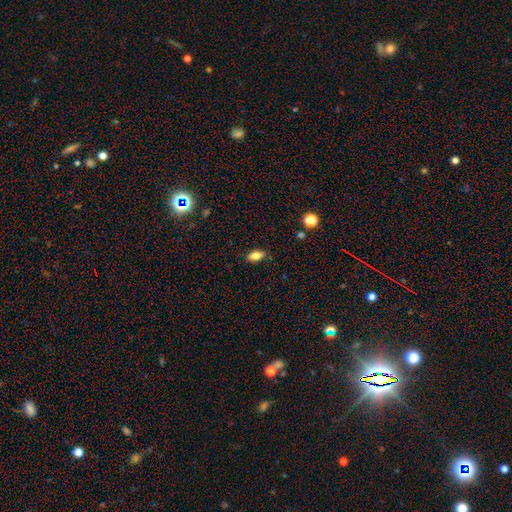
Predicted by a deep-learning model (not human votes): Overall: smooth (79%). How rounded: in between (86%). Merging: none (83%).